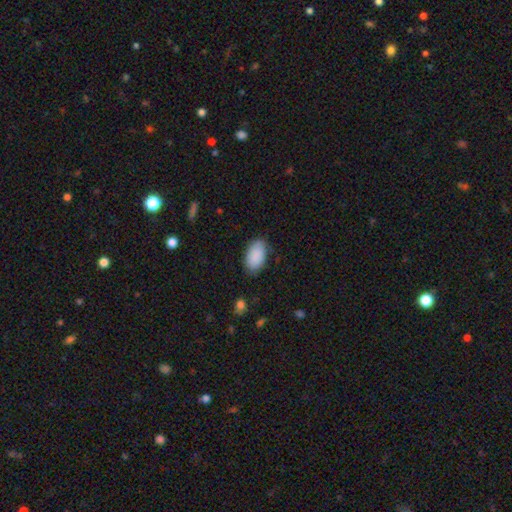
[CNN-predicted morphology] This appears to be a smooth galaxy with no disk features (90%) that is in between round and cigar-shaped (95%). Merging: none (81%).